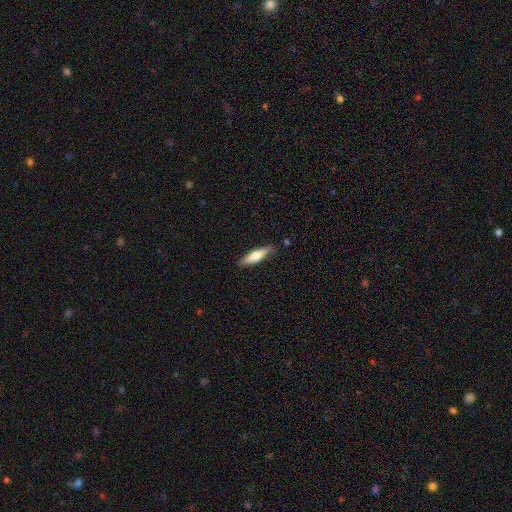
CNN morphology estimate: A smooth galaxy with no disk features (64%) that is cigar-shaped (74%). Merging: none (84%).